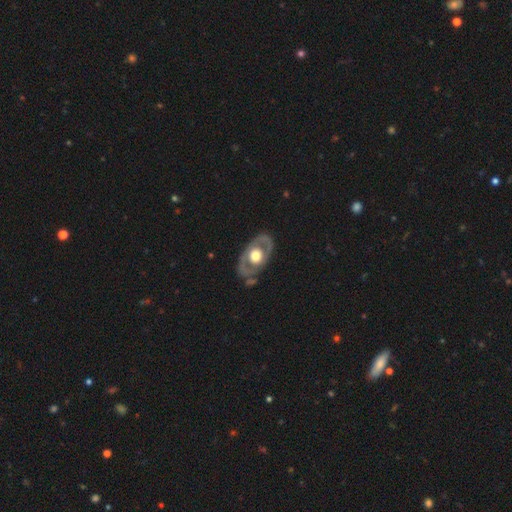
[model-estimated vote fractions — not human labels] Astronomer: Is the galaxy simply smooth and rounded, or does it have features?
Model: featured or disk — 65%.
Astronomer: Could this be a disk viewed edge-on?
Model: no — 89%.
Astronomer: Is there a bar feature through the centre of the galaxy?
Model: no — 87%.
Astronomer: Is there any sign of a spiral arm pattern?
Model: no — 76%.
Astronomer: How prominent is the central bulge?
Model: moderate — 47%, tied with large at 47%.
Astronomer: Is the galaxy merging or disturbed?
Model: none — 76%.